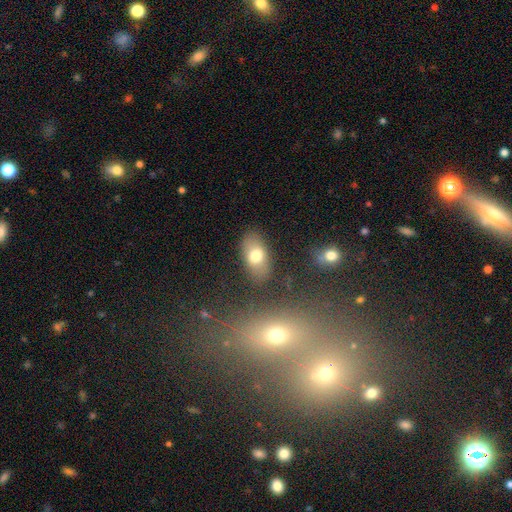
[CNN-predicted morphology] This is likely a smooth galaxy (73%). How rounded: clearly in between (88%). Merging: likely none (79%).